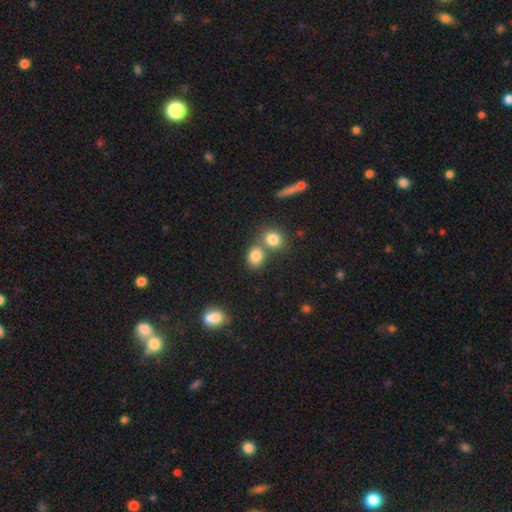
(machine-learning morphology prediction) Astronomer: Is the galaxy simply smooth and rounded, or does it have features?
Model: smooth — 82%.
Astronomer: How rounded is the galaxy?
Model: round — 57% (runner-up: in between, 41%).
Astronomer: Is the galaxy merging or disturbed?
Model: none — 49% (runner-up: merger, 39%).